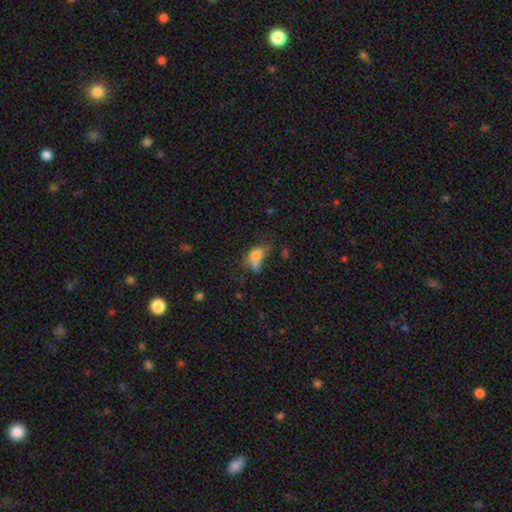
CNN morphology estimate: A smooth galaxy with no disk features (68%) that is in between round and cigar-shaped (74%).

Vote fractions:
- Smooth or featured? smooth: 68% / featured or disk: 19% / star or artifact: 13%
- How rounded? in between: 74% / round: 22% / cigar-shaped: 4%
- Merging? merger: 33% / none: 26% / major disturbance: 21% / minor disturbance: 20%